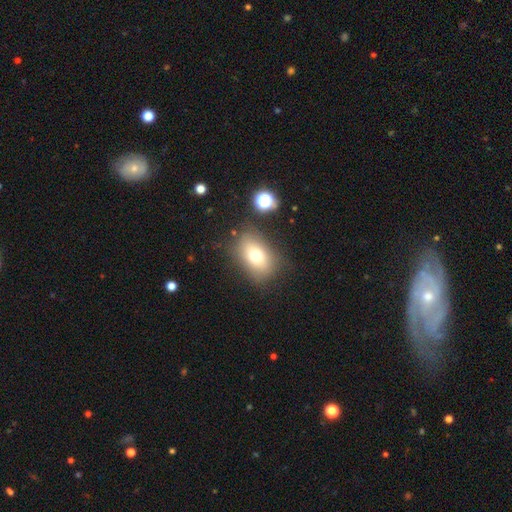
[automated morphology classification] A smooth galaxy with no disk features (71%) that is in between round and cigar-shaped (77%). Merging: none (76%).